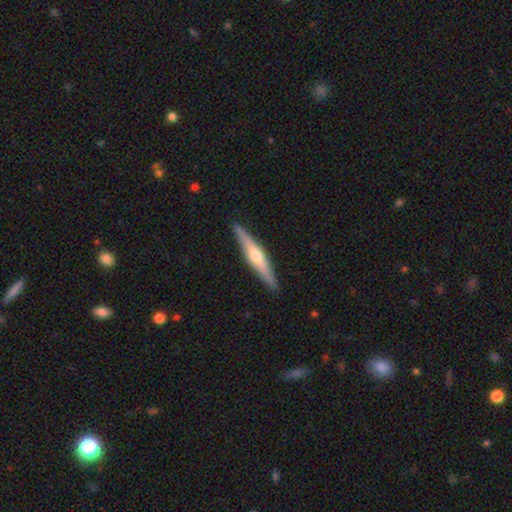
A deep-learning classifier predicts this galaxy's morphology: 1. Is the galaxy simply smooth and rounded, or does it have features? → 64% featured or disk, 31% smooth, 5% star or artifact.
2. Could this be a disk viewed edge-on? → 96% yes, 4% no.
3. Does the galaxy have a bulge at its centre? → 90% rounded, 6% none, 4% boxy.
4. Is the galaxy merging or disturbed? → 91% none, 6% minor disturbance, 1% major disturbance, 1% merger.